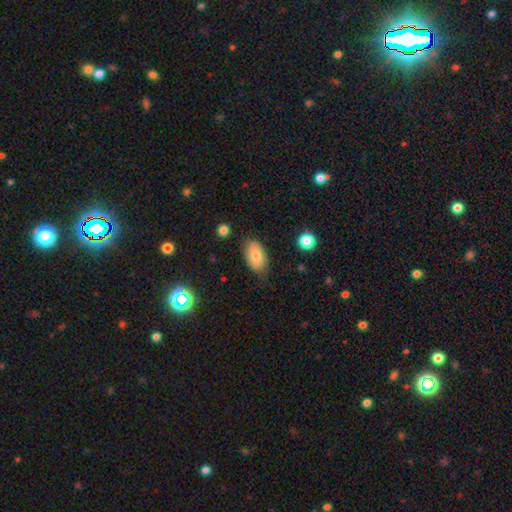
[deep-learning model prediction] A smooth galaxy with no disk features (77%) that is in between round and cigar-shaped (94%). Merging: none (72%).